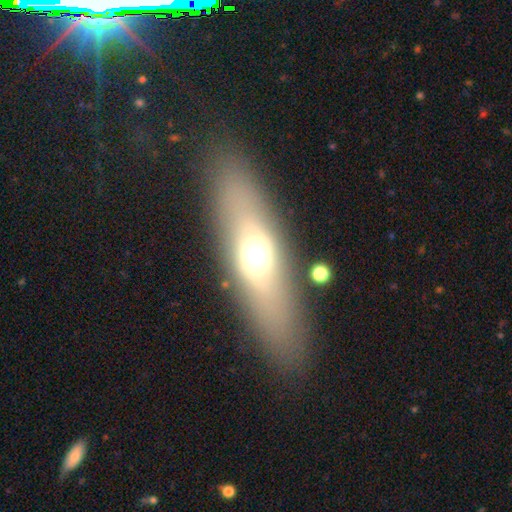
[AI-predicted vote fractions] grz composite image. It shows a smooth galaxy with no disk features (50%). Merging: none (86%).